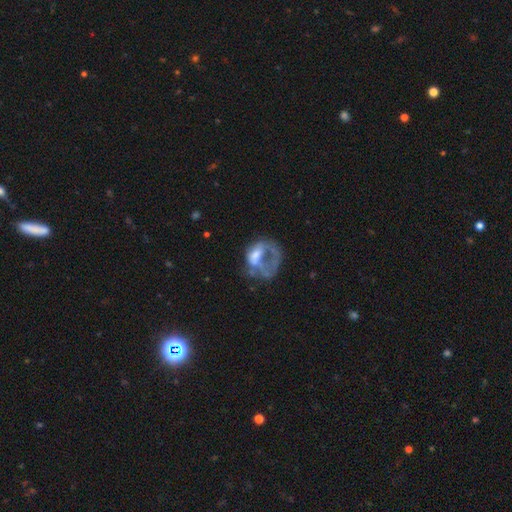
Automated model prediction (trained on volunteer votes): This appears to be a featured or disk galaxy (53%) with no bar (79%), no spiral arms (77%) and a moderate central bulge (35%). Merging: major disturbance (52%).